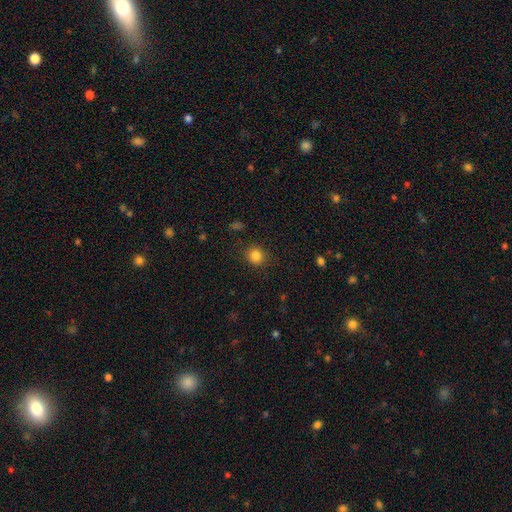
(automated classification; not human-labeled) A smooth galaxy with no disk features (84%) that is round (86%).

Vote fractions:
- Smooth or featured? smooth: 84% / star or artifact: 11% / featured or disk: 5%
- How rounded? round: 86% / in between: 13% / cigar-shaped: 1%
- Merging? none: 87% / minor disturbance: 9% / major disturbance: 3% / merger: 1%